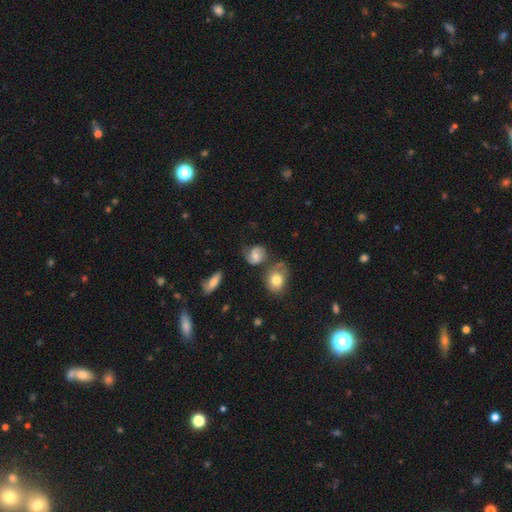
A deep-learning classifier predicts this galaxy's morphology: Smooth or featured? featured or disk (53%)
Edge-on disk? no (96%)
Bar? no (49%)
Spiral arms? yes (88%)
Bulge size? moderate (49%)
Merging? none (60%)